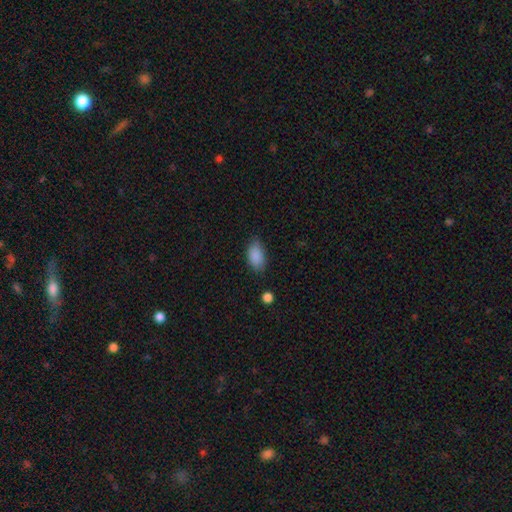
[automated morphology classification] Overall: smooth (88%). How rounded: in between (91%). Merging: none (75%).